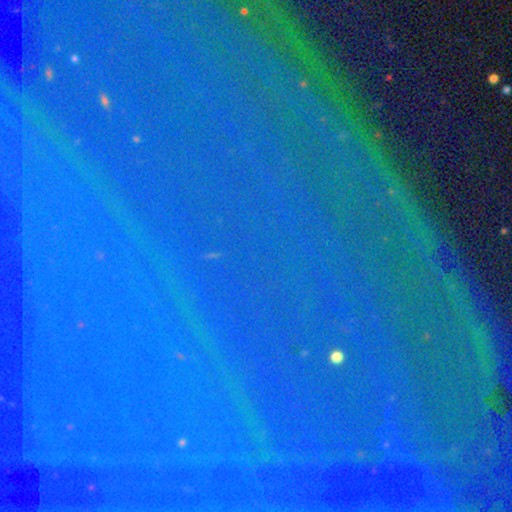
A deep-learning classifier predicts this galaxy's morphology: smooth-or-featured: star or artifact: 83% | smooth: 9% | featured or disk: 8%